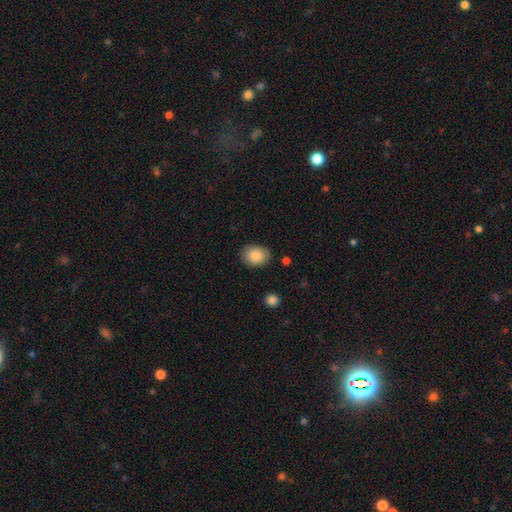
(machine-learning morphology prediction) Q: Smooth or featured?
A: smooth (88%); runner-up: star or artifact (7%)
Q: How rounded?
A: in between (60%); runner-up: round (39%)
Q: Merging?
A: none (84%); runner-up: minor disturbance (12%)